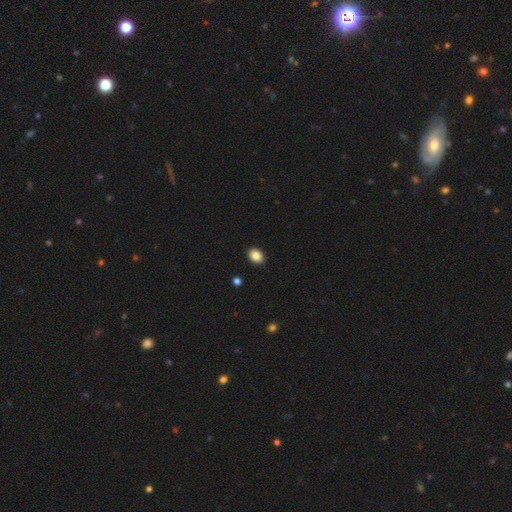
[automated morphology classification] This appears to be a smooth galaxy with no disk features (86%) that is in between round and cigar-shaped (61%). Merging: none (91%).